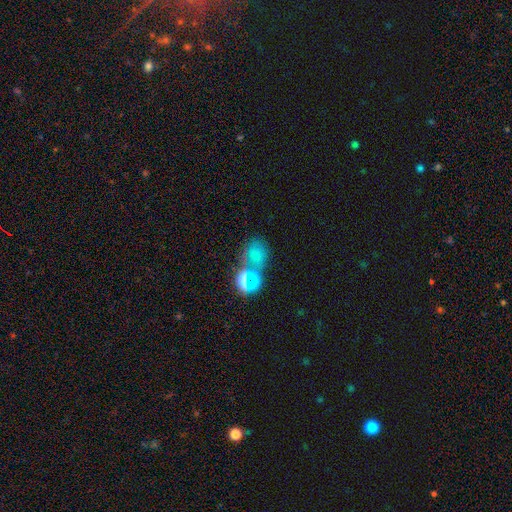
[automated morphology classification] Q: Smooth or featured?
A: smooth (52%); runner-up: star or artifact (35%)
Q: How rounded?
A: round (60%); runner-up: in between (38%)
Q: Merging?
A: none (48%); runner-up: merger (27%)